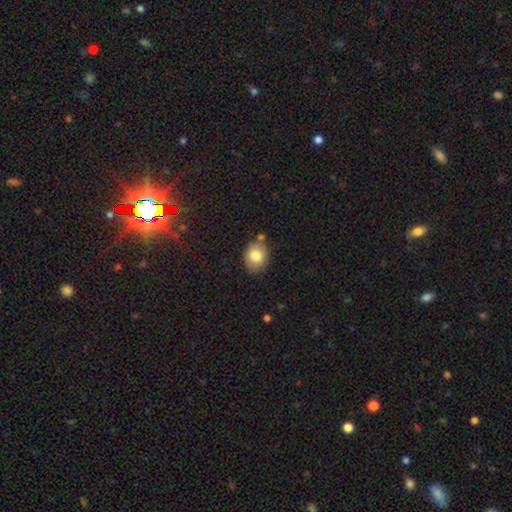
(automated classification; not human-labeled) Smooth or featured? Predicted: smooth (p=0.80). How rounded? Predicted: in between (p=0.59). Merging? Predicted: none (p=0.75).